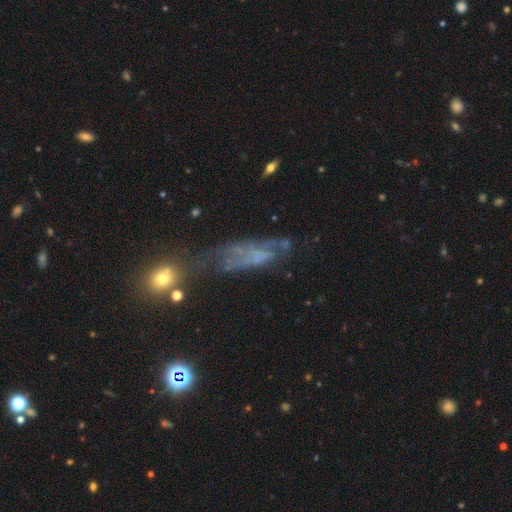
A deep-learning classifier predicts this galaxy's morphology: Q: Smooth or featured?
A: featured or disk (54%); runner-up: smooth (29%)
Q: Edge-on disk?
A: no (81%); runner-up: yes (19%)
Q: Merging?
A: none (35%); runner-up: major disturbance (30%)